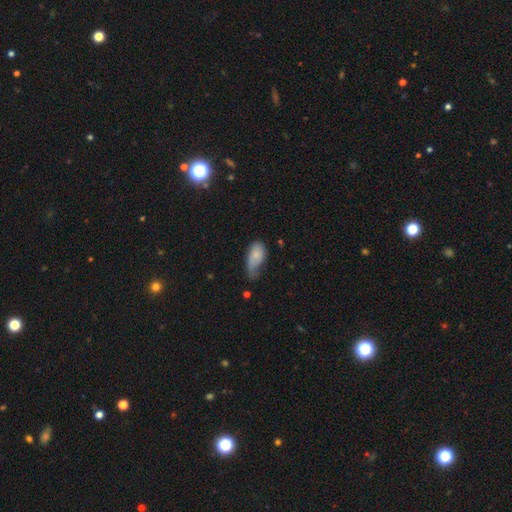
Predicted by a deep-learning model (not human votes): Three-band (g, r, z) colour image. It shows a smooth galaxy with no disk features (76%) that is in between round and cigar-shaped (91%). Merging: minor disturbance (41%).